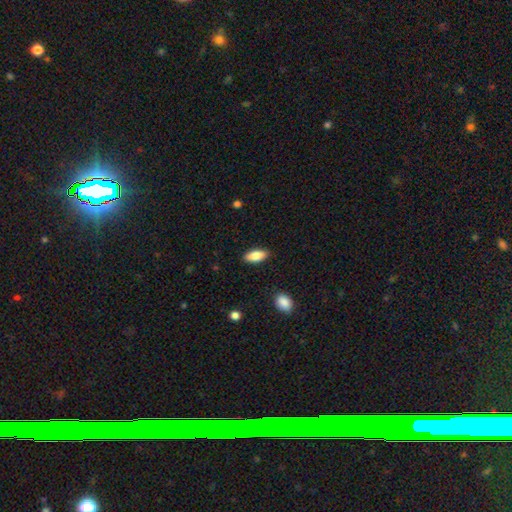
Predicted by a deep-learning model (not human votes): Q: Smooth or featured?
A: smooth (84%); runner-up: featured or disk (9%)
Q: How rounded?
A: in between (84%); runner-up: cigar-shaped (14%)
Q: Merging?
A: none (88%); runner-up: minor disturbance (9%)